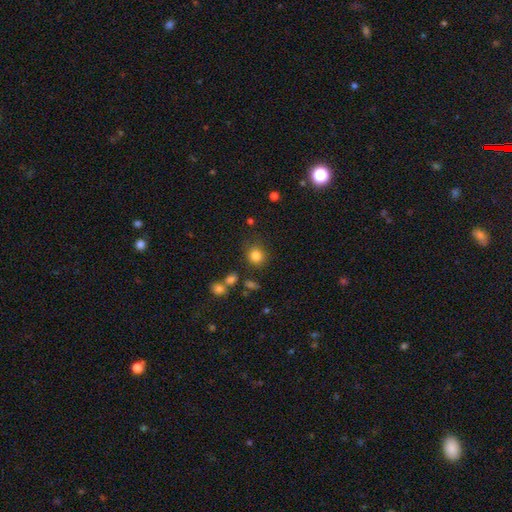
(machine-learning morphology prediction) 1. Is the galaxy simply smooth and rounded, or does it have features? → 83% smooth, 12% star or artifact, 5% featured or disk.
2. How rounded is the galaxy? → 84% round, 15% in between, 1% cigar-shaped.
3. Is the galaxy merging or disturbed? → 77% none, 13% minor disturbance, 5% major disturbance, 5% merger.